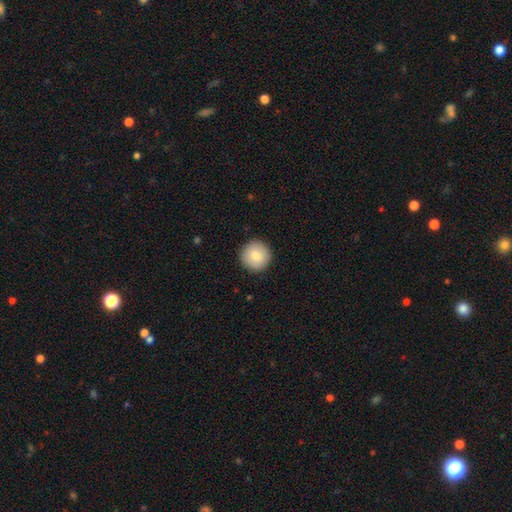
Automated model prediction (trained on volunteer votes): A smooth galaxy with no disk features (81%) that is round (96%).

Vote fractions:
- Smooth or featured? smooth: 81% / featured or disk: 11% / star or artifact: 7%
- How rounded? round: 96% / in between: 3% / cigar-shaped: 1%
- Merging? none: 91% / minor disturbance: 6% / major disturbance: 2% / merger: 1%